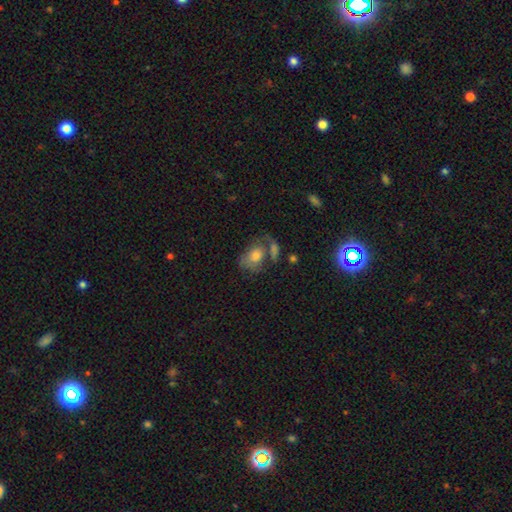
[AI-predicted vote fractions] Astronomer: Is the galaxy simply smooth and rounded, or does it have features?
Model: smooth — 55% (runner-up: featured or disk, 33%).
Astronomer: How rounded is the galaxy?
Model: in between — 72%.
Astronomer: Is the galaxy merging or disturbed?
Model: none — 36% (runner-up: merger, 25%).